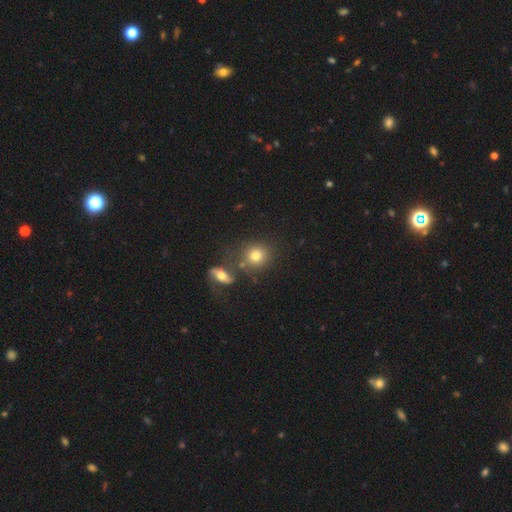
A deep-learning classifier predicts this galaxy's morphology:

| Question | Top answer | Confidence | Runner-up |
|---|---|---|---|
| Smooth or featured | smooth | 77% | featured or disk (12%) |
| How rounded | round | 83% | in between (16%) |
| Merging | none | 66% | merger (18%) |